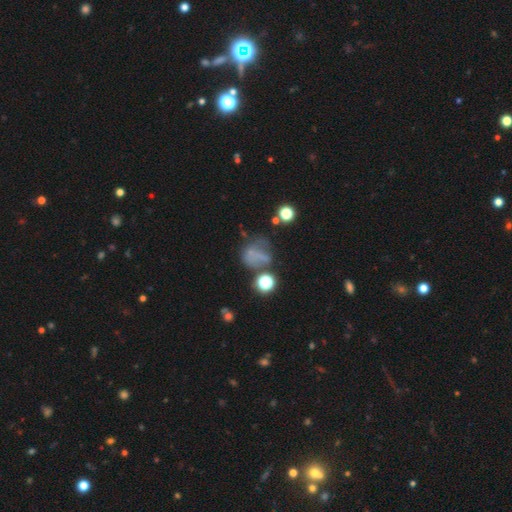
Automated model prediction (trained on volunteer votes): This is possibly a smooth galaxy (47%). Merging: marginally none (35%).